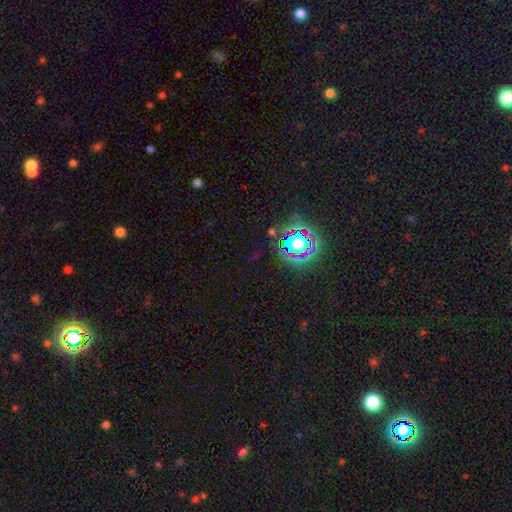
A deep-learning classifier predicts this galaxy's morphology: smooth-or-featured: star or artifact: 60% | smooth: 26% | featured or disk: 14%